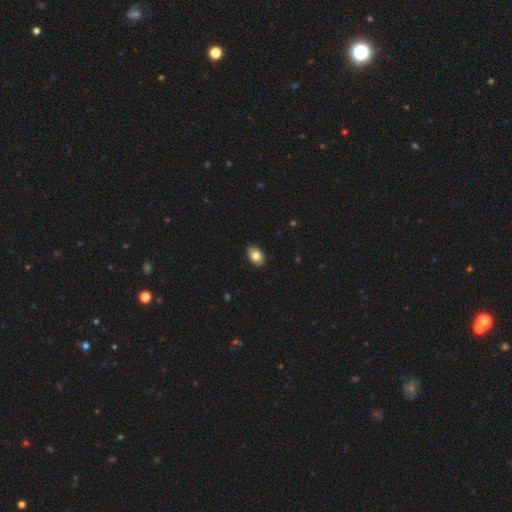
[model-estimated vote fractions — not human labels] Overall: smooth (82%). How rounded: in between (86%). Merging: none (89%).